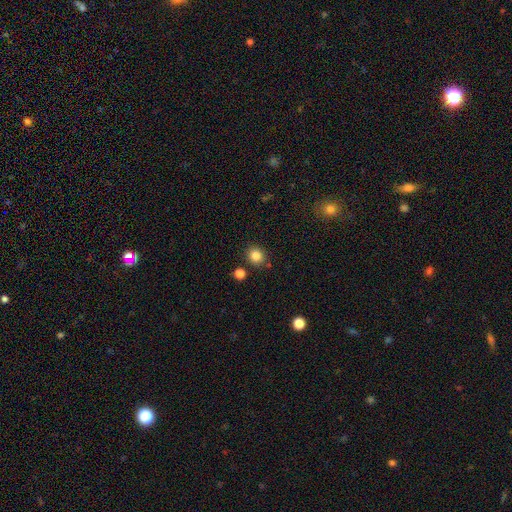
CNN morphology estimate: type=smooth (84%); roundness=round (82%); merging=none (84%).